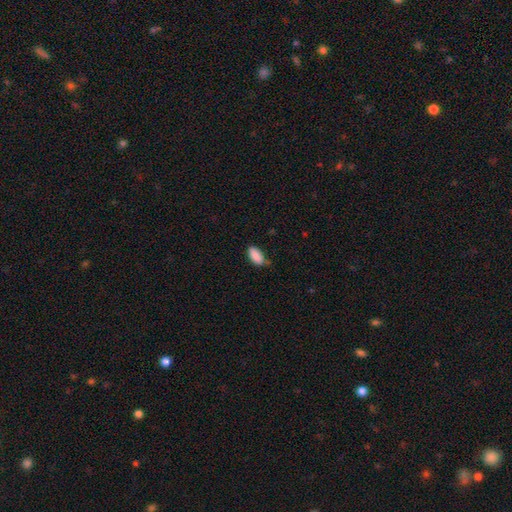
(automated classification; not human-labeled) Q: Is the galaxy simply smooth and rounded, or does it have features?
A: smooth — 89%.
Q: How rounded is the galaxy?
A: in between — 92%.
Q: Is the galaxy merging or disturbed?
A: none — 64%.